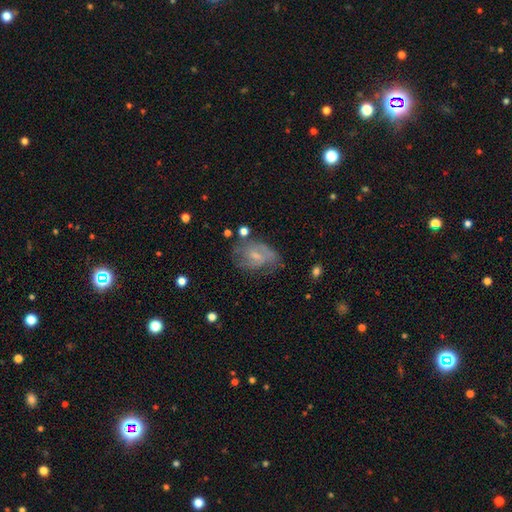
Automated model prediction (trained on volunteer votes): Smooth or featured?
  - featured or disk: 64% *
  - smooth: 28%
  - star or artifact: 9%
Edge-on disk?
  - no: 96% *
  - yes: 4%
Bar?
  - weak: 48% *
  - no: 43%
  - strong: 9%
Spiral arms?
  - yes: 76% *
  - no: 24%
Bulge size?
  - small: 56% *
  - moderate: 27%
  - none: 14%
  - large: 2%
  - dominant: 1%
Merging?
  - none: 53% *
  - minor disturbance: 26%
  - major disturbance: 18%
  - merger: 4%